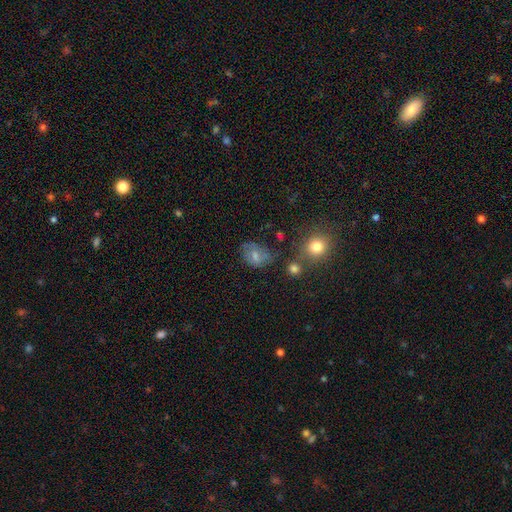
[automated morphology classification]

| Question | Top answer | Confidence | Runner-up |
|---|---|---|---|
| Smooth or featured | smooth | 61% | featured or disk (27%) |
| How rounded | in between | 60% | round (39%) |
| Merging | none | 54% | minor disturbance (26%) |